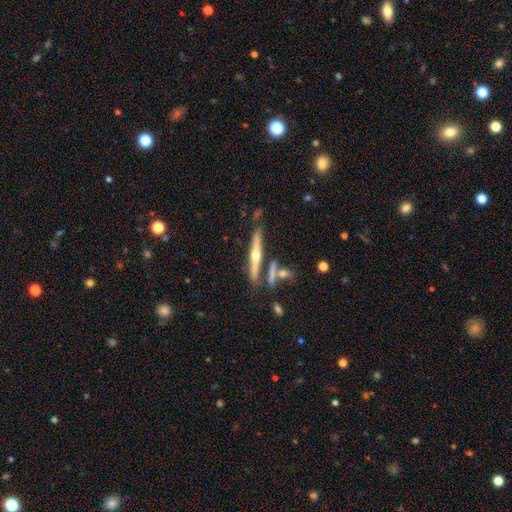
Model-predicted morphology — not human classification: type=featured or disk (72%); edge-on=yes (97%); edge-on bulge=rounded (91%); merging=none (77%).